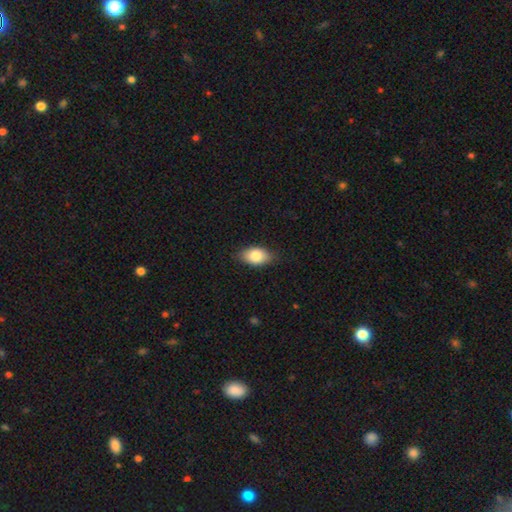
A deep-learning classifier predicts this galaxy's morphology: smooth-or-featured: smooth: 83% | featured or disk: 10% | star or artifact: 7%
  how-rounded: in between: 90% | round: 8% | cigar-shaped: 2%
  merging: none: 82% | minor disturbance: 15% | major disturbance: 3% | merger: 1%